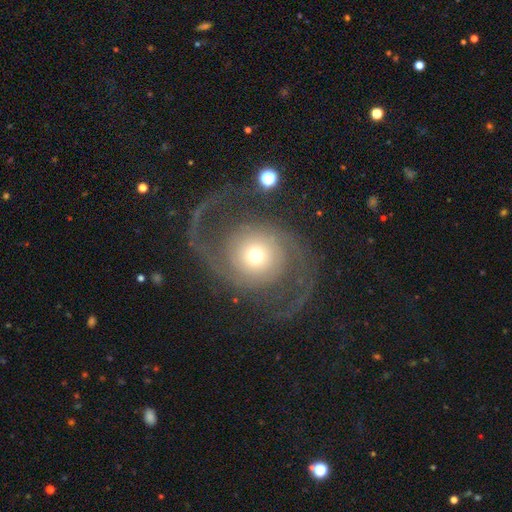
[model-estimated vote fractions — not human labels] Smooth or featured?
  - featured or disk: 74% *
  - smooth: 18%
  - star or artifact: 8%
Edge-on disk?
  - no: 97% *
  - yes: 3%
Bar?
  - no: 81% *
  - weak: 15%
  - strong: 5%
Spiral arms?
  - yes: 88% *
  - no: 12%
Spiral winding?
  - loose: 38% *
  - medium: 36%
  - tight: 26%
Spiral arm count?
  - 2: 72% *
  - can't tell: 9%
  - 1: 7%
  - 3: 5%
  - 4: 3%
  - more than 4: 3%
Bulge size?
  - moderate: 53% *
  - small: 30%
  - large: 12%
  - dominant: 4%
  - none: 2%
Merging?
  - none: 56% *
  - major disturbance: 30%
  - minor disturbance: 11%
  - merger: 3%